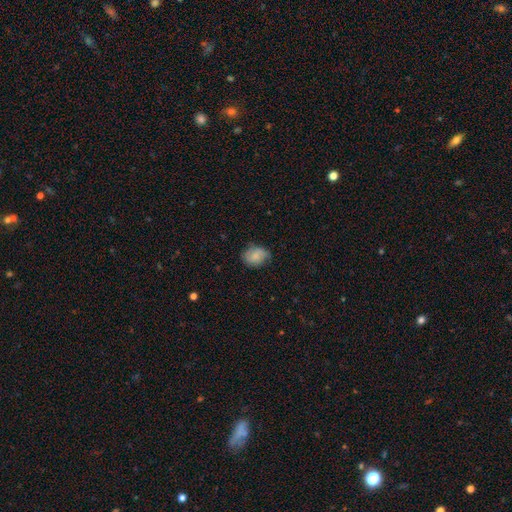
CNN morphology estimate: A smooth galaxy with no disk features (74%) that is in between round and cigar-shaped (58%). Merging: none (68%).